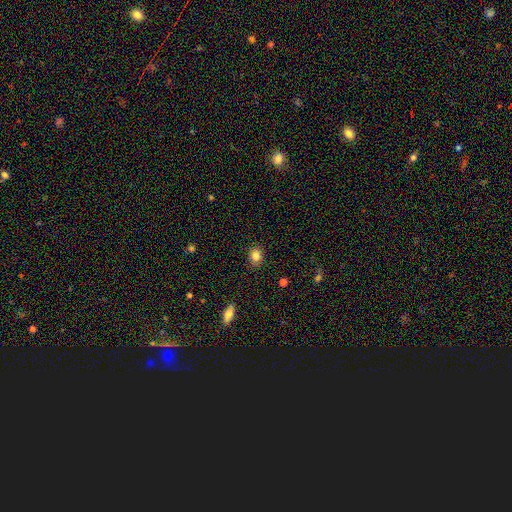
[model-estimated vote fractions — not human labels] smooth-or-featured: smooth: 84% | star or artifact: 10% | featured or disk: 6%
  how-rounded: round: 66% | in between: 33% | cigar-shaped: 1%
  merging: none: 88% | minor disturbance: 8% | major disturbance: 2% | merger: 1%